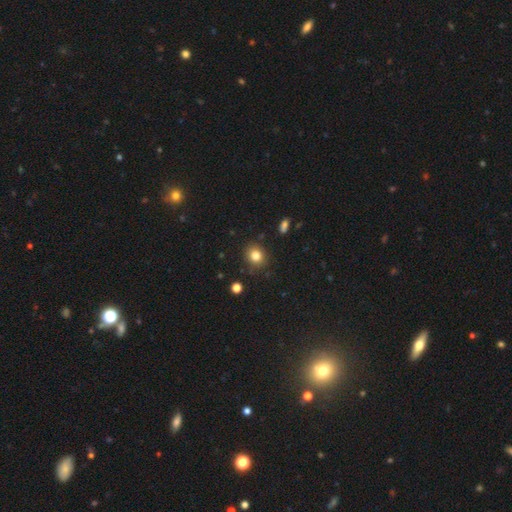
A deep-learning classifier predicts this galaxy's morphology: A smooth galaxy with no disk features (82%) that is round (73%). Merging: none (87%).